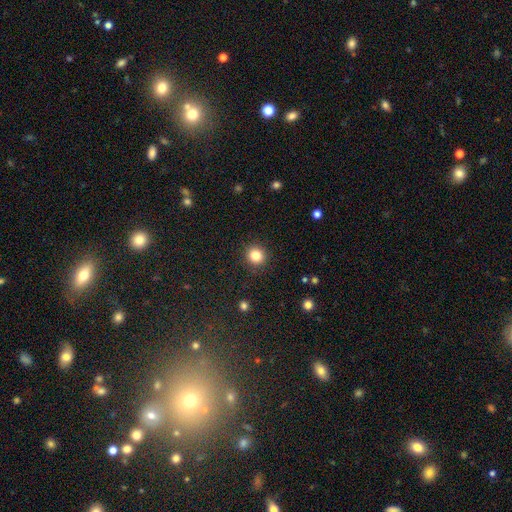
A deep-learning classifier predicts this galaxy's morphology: Overall: smooth (84%). How rounded: round (92%). Merging: none (91%).